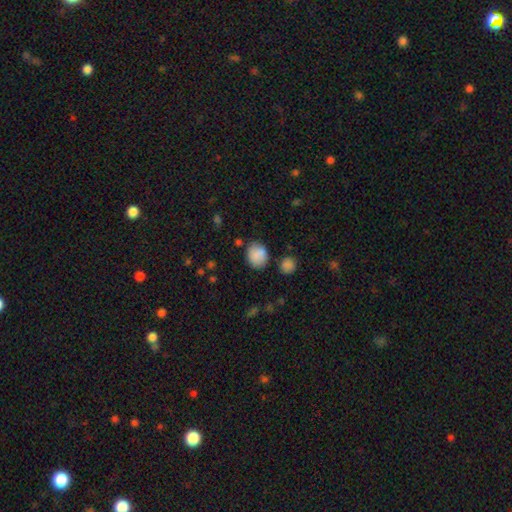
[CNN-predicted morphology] This is clearly a smooth galaxy (85%). How rounded: likely round (61%). Merging: likely none (74%).